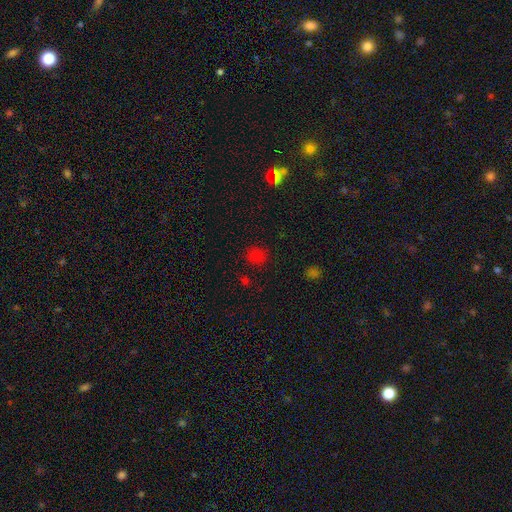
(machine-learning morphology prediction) type=smooth (58%); roundness=round (77%); merging=none (79%).